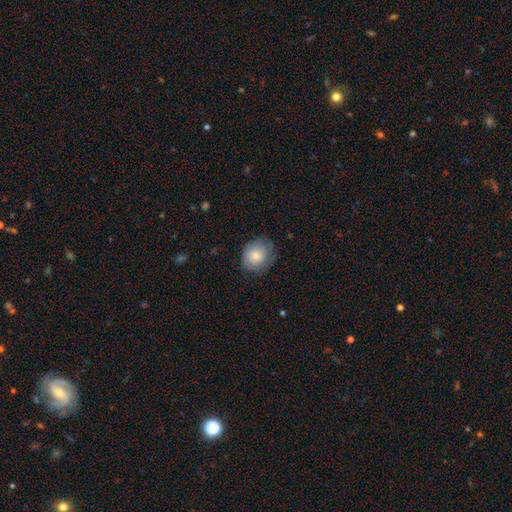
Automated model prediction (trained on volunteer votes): This is likely a smooth galaxy (74%). How rounded: likely round (73%). Merging: likely none (71%).